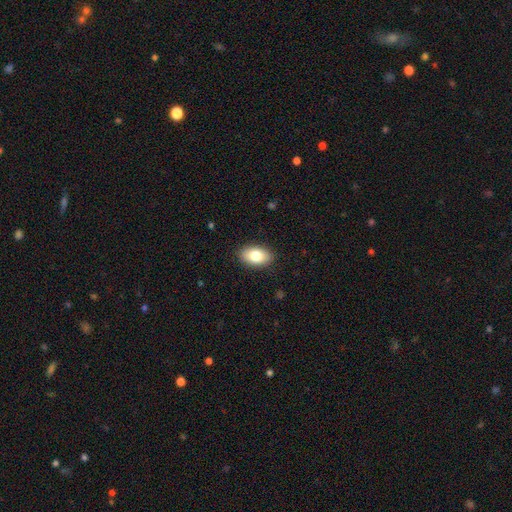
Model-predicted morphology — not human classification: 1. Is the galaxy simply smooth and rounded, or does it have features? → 81% smooth, 12% featured or disk, 7% star or artifact.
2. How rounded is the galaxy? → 91% in between, 7% round, 2% cigar-shaped.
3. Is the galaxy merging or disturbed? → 88% none, 8% minor disturbance, 2% major disturbance, 1% merger.